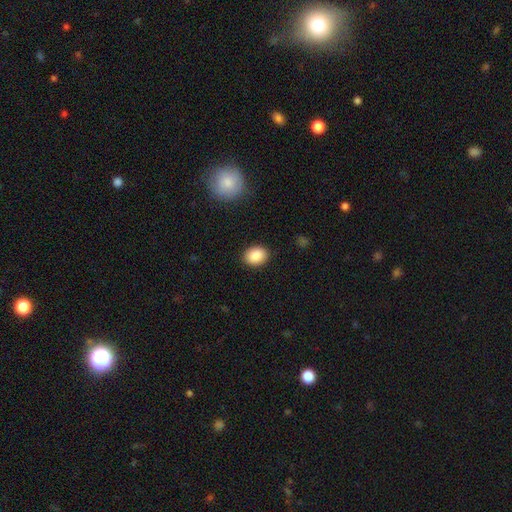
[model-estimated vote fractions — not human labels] Smooth or featured? smooth (87%)
How rounded? in between (59%)
Merging? none (89%)